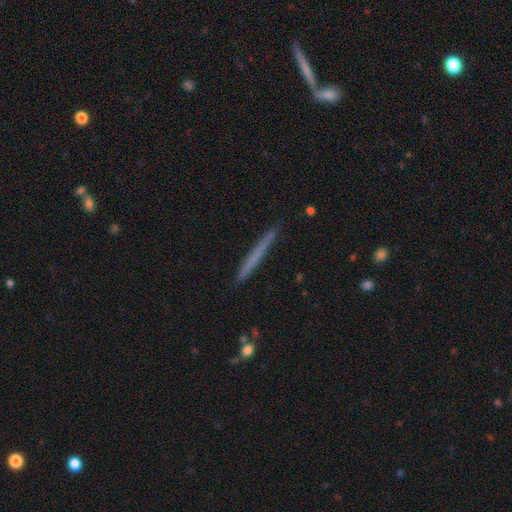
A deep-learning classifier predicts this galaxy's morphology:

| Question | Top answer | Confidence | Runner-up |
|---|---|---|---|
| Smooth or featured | smooth | 57% | featured or disk (36%) |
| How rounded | cigar-shaped | 97% | in between (2%) |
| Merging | none | 90% | minor disturbance (8%) |